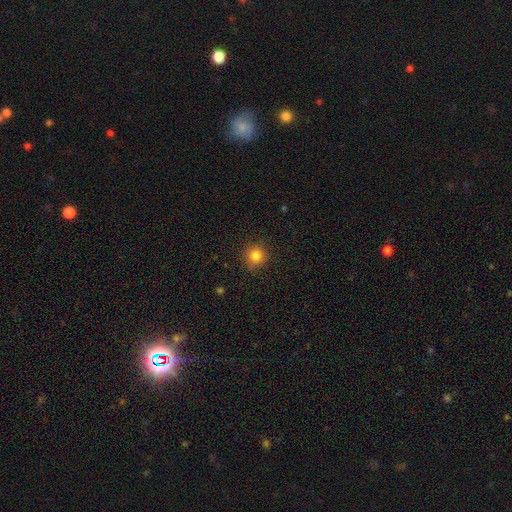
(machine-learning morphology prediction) smooth 83%, star or artifact 12%, featured or disk 5%. Down the decision tree: how rounded — round (91%); merging — none (86%).